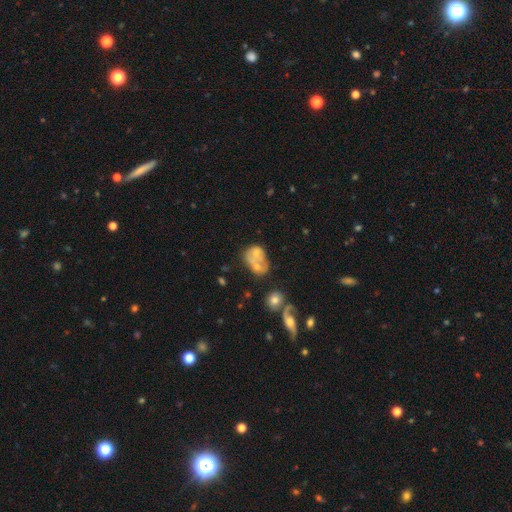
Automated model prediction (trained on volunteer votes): Smooth or featured?
  - smooth: 49% *
  - featured or disk: 41%
  - star or artifact: 10%
Merging?
  - merger: 60% *
  - none: 17%
  - major disturbance: 12%
  - minor disturbance: 11%